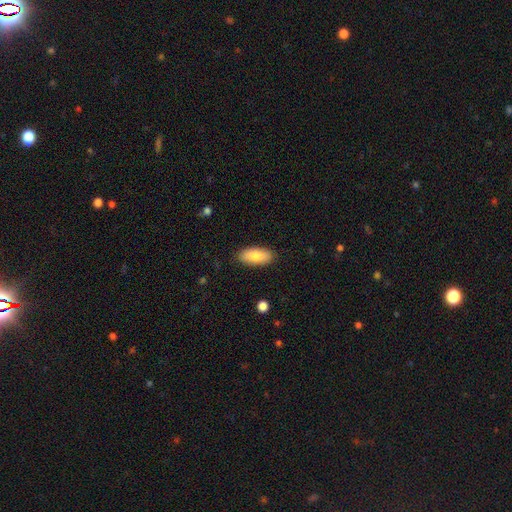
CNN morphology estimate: Q: Smooth or featured?
A: smooth (83%); runner-up: featured or disk (11%)
Q: How rounded?
A: in between (84%); runner-up: cigar-shaped (14%)
Q: Merging?
A: none (87%); runner-up: minor disturbance (9%)